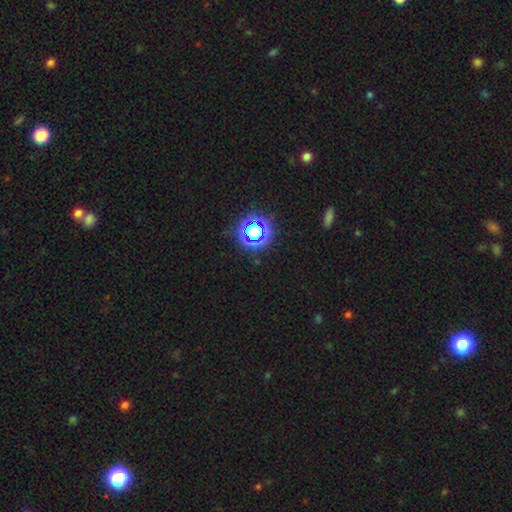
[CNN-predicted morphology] smooth-or-featured: star or artifact: 77% | smooth: 16% | featured or disk: 7%